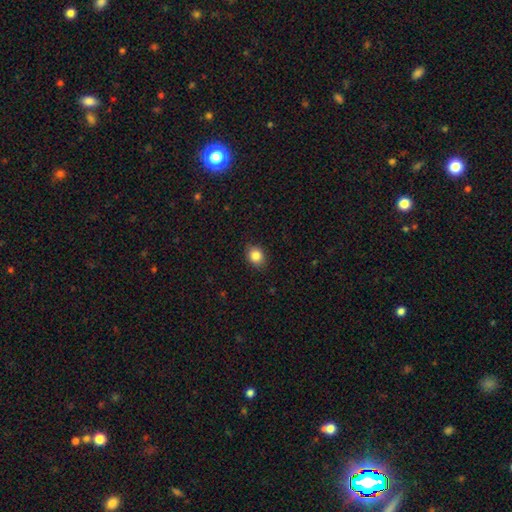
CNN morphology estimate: Overall: smooth (85%). How rounded: round (53%; in between 46%). Merging: none (86%).